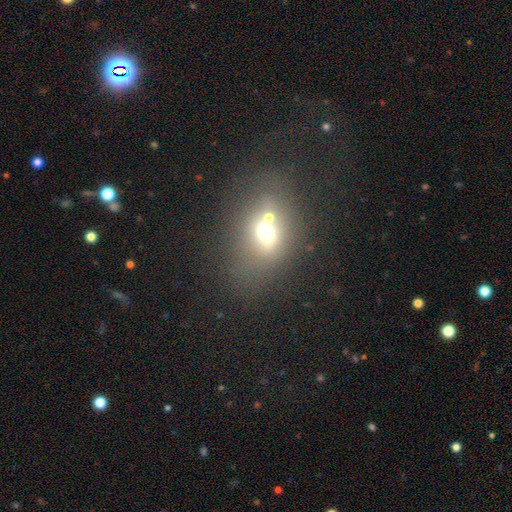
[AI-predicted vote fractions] Smooth or featured?
  - smooth: 53% *
  - star or artifact: 25%
  - featured or disk: 22%
How rounded?
  - in between: 65% *
  - round: 30%
  - cigar-shaped: 4%
Merging?
  - none: 42% *
  - merger: 31%
  - minor disturbance: 15%
  - major disturbance: 12%